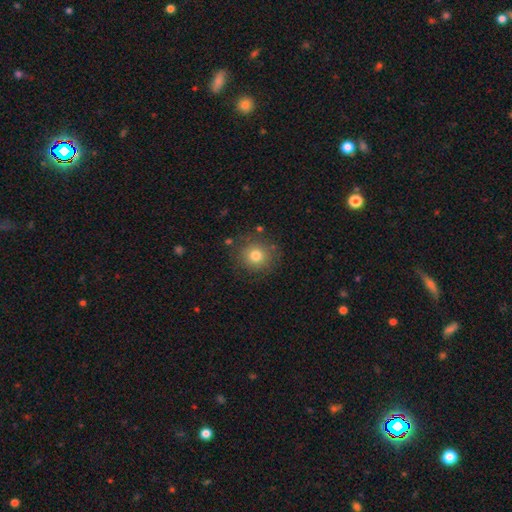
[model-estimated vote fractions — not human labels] Morphology: type=smooth (79%); roundness=round (90%); merging=none (84%).